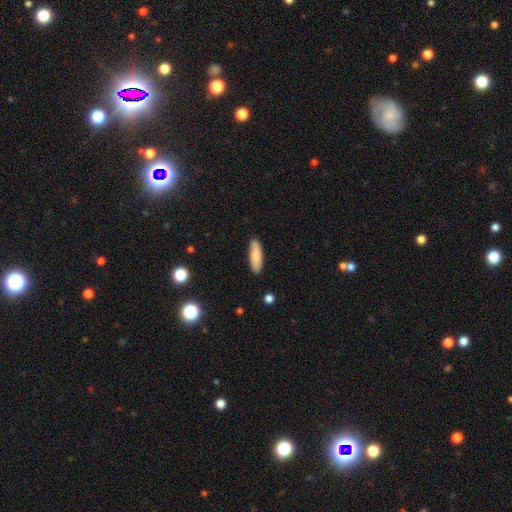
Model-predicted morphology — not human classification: smooth-or-featured: smooth: 80% | featured or disk: 14% | star or artifact: 6%
  how-rounded: cigar-shaped: 53% | in between: 45% | round: 2%
  merging: none: 86% | minor disturbance: 10% | major disturbance: 2% | merger: 1%